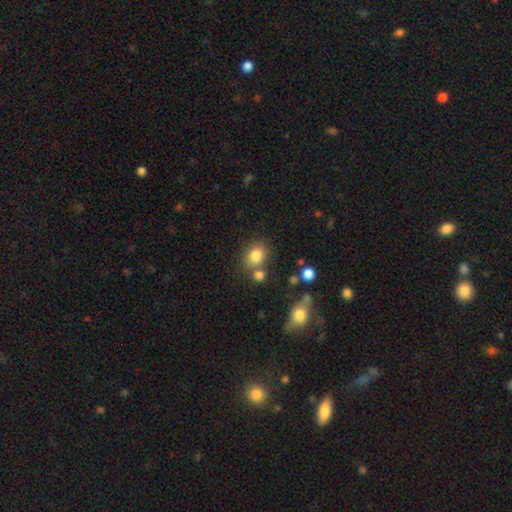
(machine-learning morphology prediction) Smooth or featured: smooth — 81% (star or artifact — 11%)
How rounded: round — 59% (in between — 40%)
Merging: none — 64% (merger — 18%)